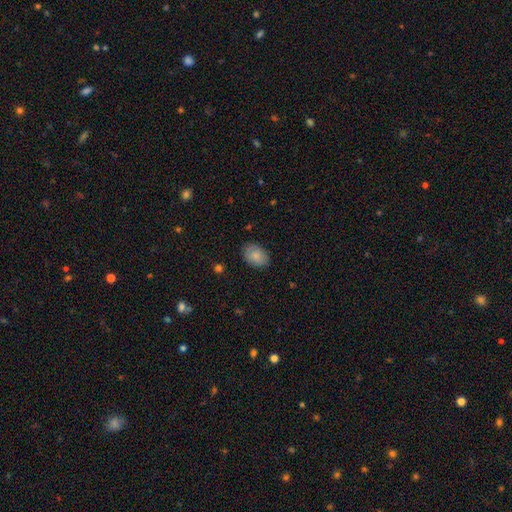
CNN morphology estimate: Smooth or featured?
  - smooth: 84% *
  - featured or disk: 9%
  - star or artifact: 7%
How rounded?
  - in between: 82% *
  - round: 16%
  - cigar-shaped: 1%
Merging?
  - none: 85% *
  - minor disturbance: 12%
  - major disturbance: 3%
  - merger: 1%